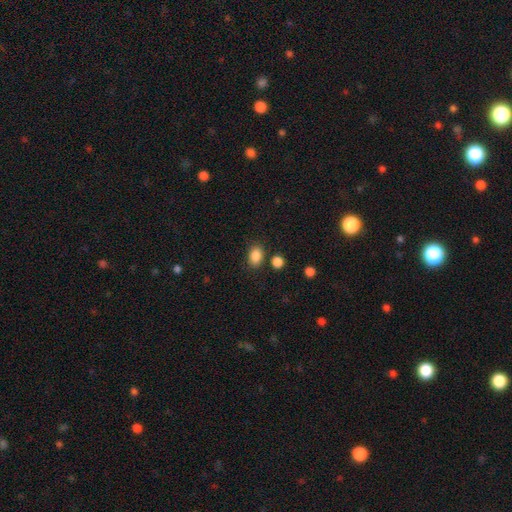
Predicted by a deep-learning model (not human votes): Smooth or featured? Predicted: smooth (p=0.87). How rounded? Predicted: in between (p=0.75). Merging? Predicted: none (p=0.79).